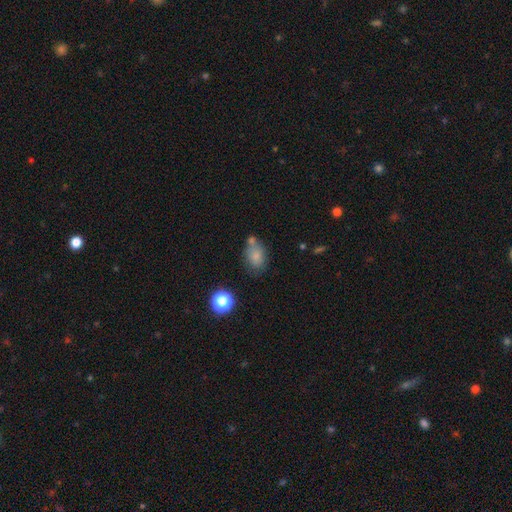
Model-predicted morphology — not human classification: Smooth or featured?
  - smooth: 77% *
  - star or artifact: 12%
  - featured or disk: 11%
How rounded?
  - in between: 77% *
  - round: 21%
  - cigar-shaped: 2%
Merging?
  - none: 49% *
  - merger: 22%
  - minor disturbance: 21%
  - major disturbance: 8%